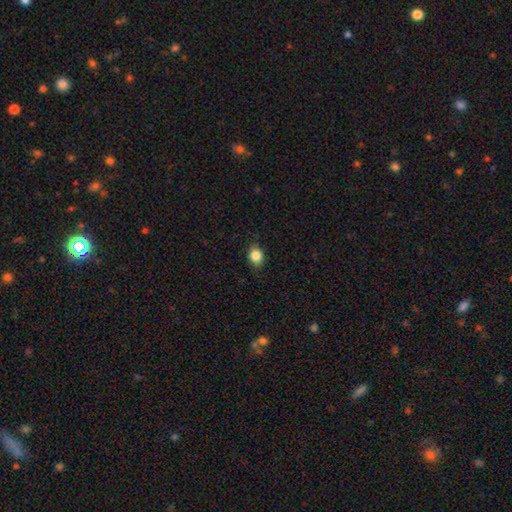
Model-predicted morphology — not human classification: This appears to be a smooth galaxy with no disk features (84%) that is in between round and cigar-shaped (60%). Merging: none (83%).